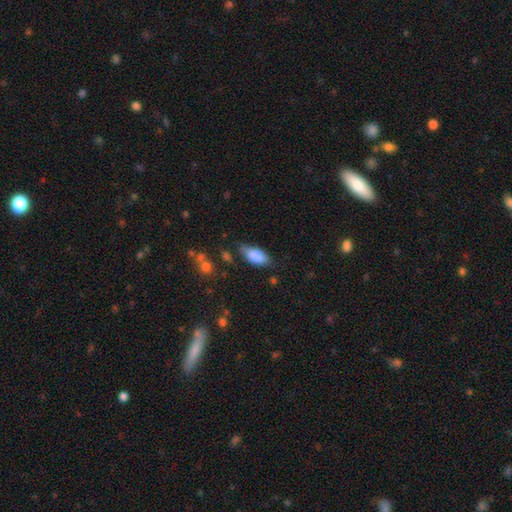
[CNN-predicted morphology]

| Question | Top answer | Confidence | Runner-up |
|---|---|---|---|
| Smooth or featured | smooth | 85% | featured or disk (9%) |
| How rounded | in between | 89% | cigar-shaped (9%) |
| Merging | none | 65% | minor disturbance (27%) |